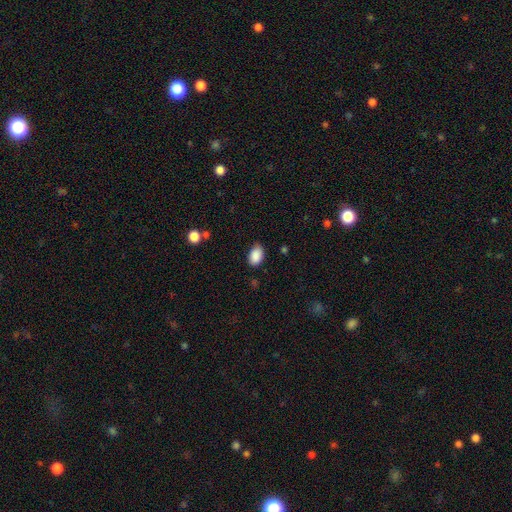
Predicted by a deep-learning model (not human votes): Morphology: type=smooth (89%); roundness=in between (89%); merging=none (75%).